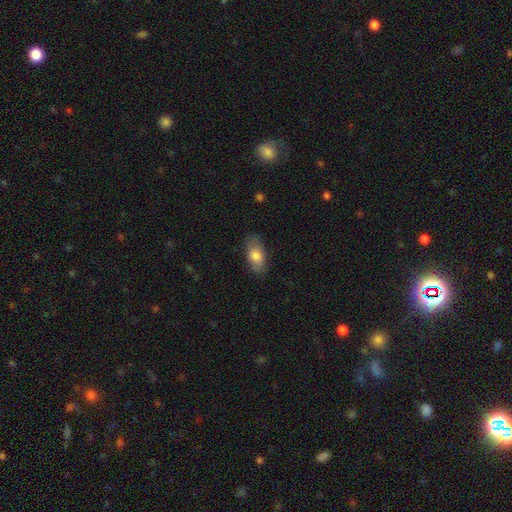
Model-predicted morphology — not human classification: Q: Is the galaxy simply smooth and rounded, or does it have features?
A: smooth — 79%.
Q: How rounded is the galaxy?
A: in between — 89%.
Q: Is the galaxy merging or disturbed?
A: none — 82%.